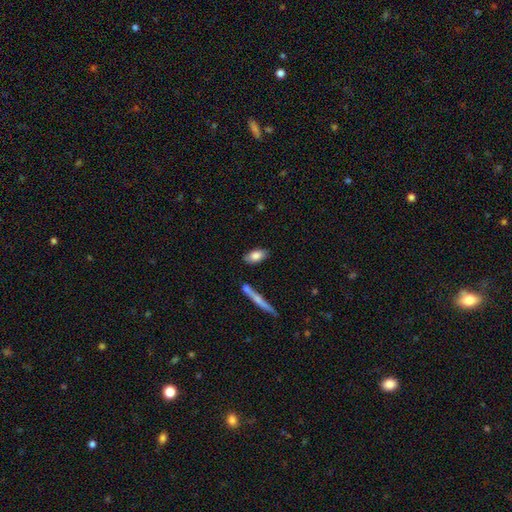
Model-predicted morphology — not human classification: smooth-or-featured: smooth: 80% | featured or disk: 14% | star or artifact: 6%
  how-rounded: in between: 86% | cigar-shaped: 10% | round: 4%
  merging: none: 78% | minor disturbance: 13% | merger: 6% | major disturbance: 3%